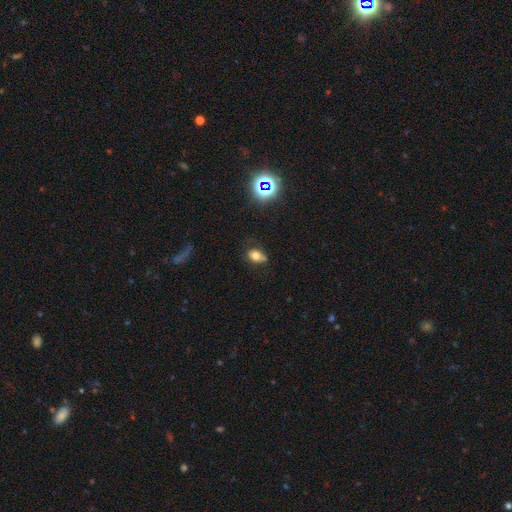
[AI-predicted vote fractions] Smooth or featured? Predicted: smooth (p=0.68). How rounded? Predicted: in between (p=0.70). Merging? Predicted: none (p=0.45).